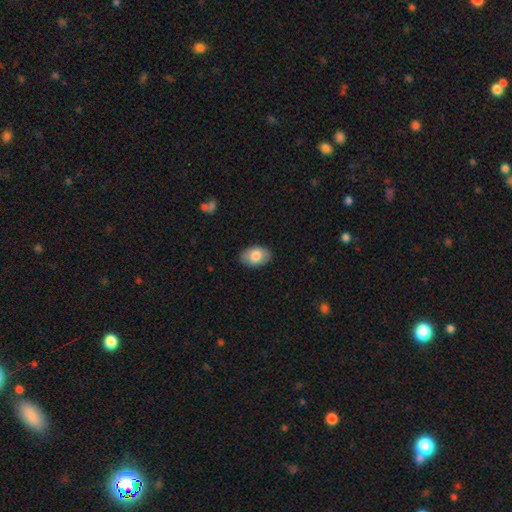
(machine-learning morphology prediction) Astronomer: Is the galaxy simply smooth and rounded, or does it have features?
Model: smooth — 78%.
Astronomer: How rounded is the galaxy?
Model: in between — 88%.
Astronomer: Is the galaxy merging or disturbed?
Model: none — 87%.